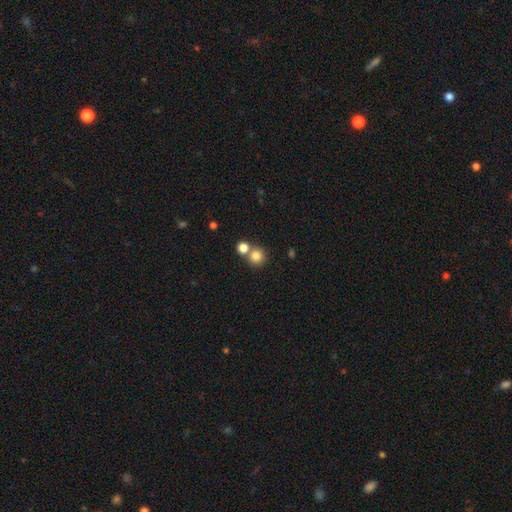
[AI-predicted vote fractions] Smooth or featured: smooth — 81% (star or artifact — 12%)
How rounded: round — 91% (in between — 8%)
Merging: none — 61% (merger — 30%)